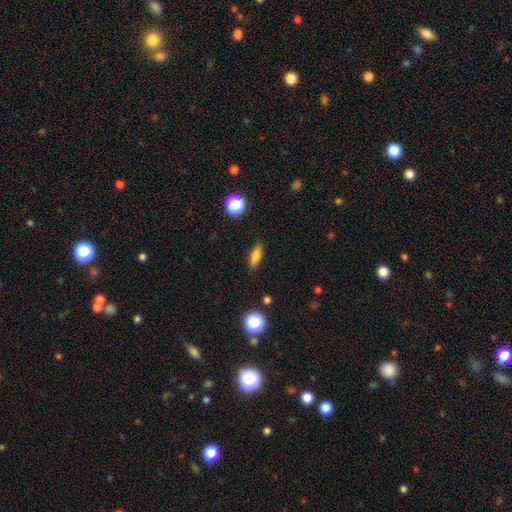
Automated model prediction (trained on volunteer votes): Morphology: type=smooth (79%); roundness=in between (68%); merging=none (88%).